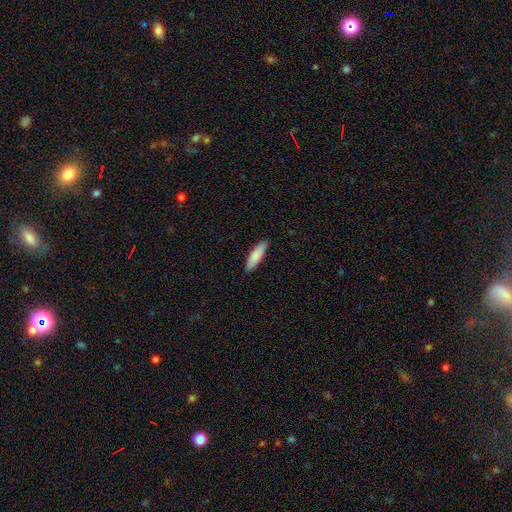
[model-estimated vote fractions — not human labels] Smooth or featured: smooth — 86% (featured or disk — 9%)
How rounded: cigar-shaped — 59% (in between — 40%)
Merging: none — 90% (minor disturbance — 8%)